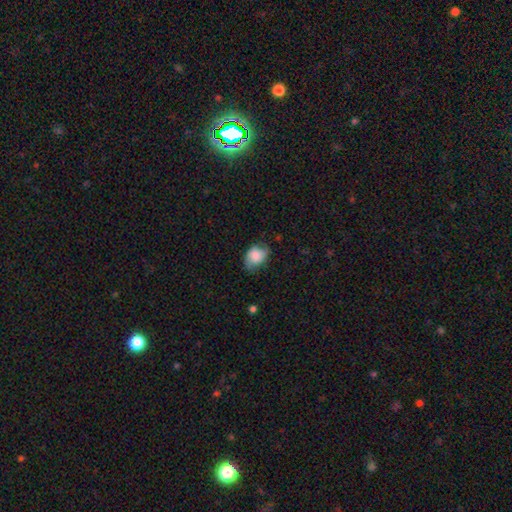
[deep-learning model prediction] smooth_or_featured: smooth (p=0.78) [alt: featured or disk p=0.14]
how_rounded: in between (p=0.68) [alt: round p=0.31]
merging: none (p=0.55) [alt: minor disturbance p=0.34]